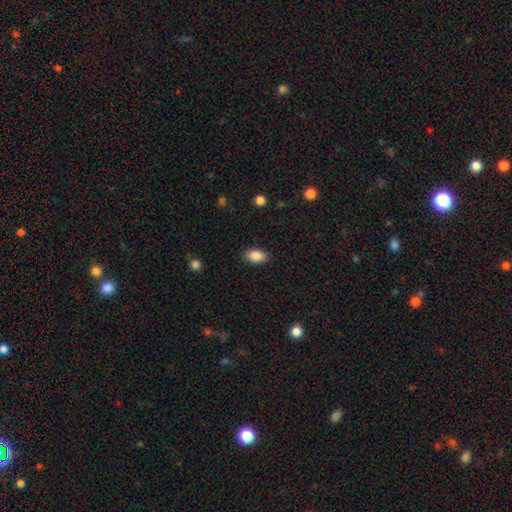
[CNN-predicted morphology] Q: Smooth or featured?
A: smooth (88%); runner-up: star or artifact (8%)
Q: How rounded?
A: in between (89%); runner-up: round (9%)
Q: Merging?
A: none (87%); runner-up: minor disturbance (10%)